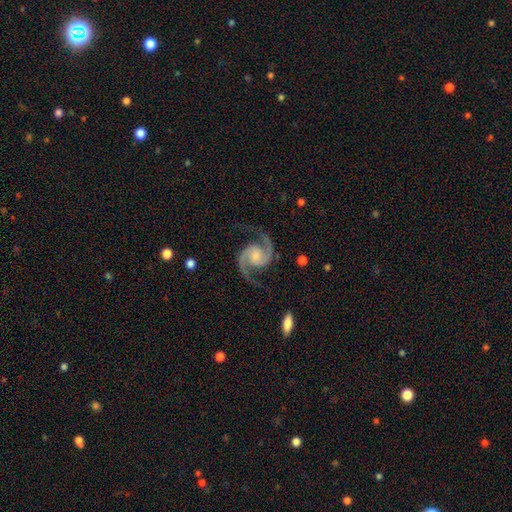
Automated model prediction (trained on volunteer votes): featured or disk 94%, star or artifact 4%, smooth 2%. Down the decision tree: edge-on disk — no (98%); bar — no (63%); spiral arms — yes (99%); spiral arm count — 2 (95%); spiral winding — medium (65%); bulge size — moderate (39%); merging — none (81%).